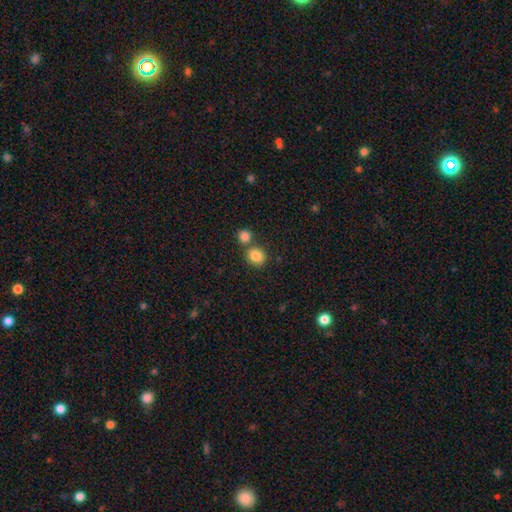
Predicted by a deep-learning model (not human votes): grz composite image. It shows a smooth galaxy with no disk features (84%) that is round (73%). Merging: none (62%).